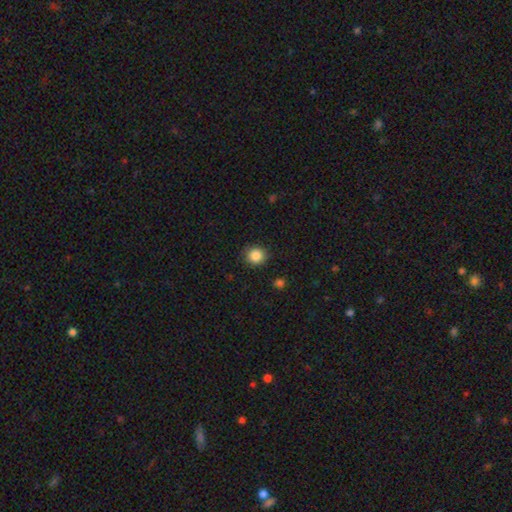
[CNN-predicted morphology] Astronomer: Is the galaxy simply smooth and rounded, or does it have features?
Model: smooth — 86%.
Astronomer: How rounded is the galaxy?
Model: round — 89%.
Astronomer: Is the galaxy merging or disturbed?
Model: none — 90%.